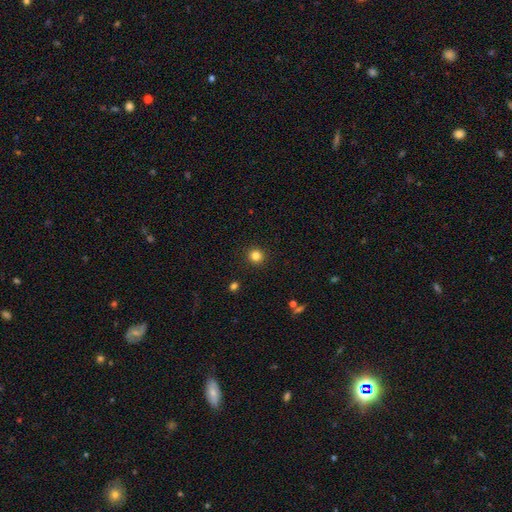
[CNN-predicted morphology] This is clearly a smooth galaxy (83%). How rounded: clearly round (93%). Merging: clearly none (93%).